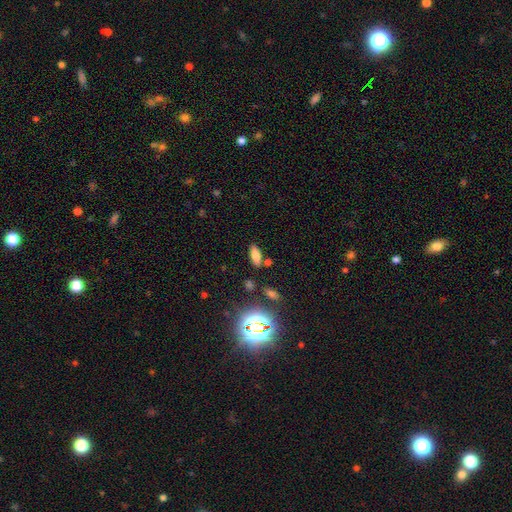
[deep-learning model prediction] This is likely a smooth galaxy (73%). How rounded: likely in between (75%). Merging: likely none (80%).